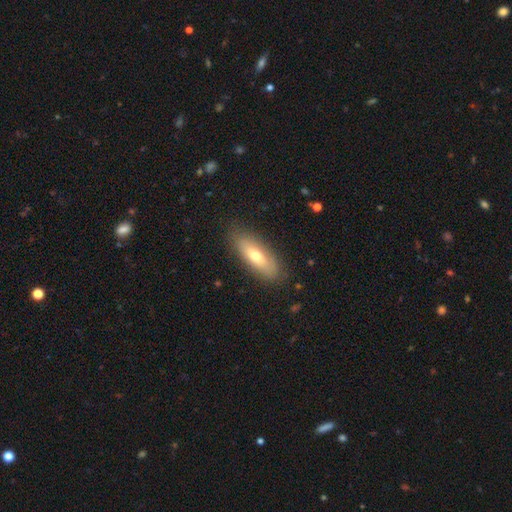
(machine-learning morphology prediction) The model was most divided on "how rounded": in between: 61%, cigar-shaped: 36%, round: 3%. More confident: merging — none (85%); smooth or featured — smooth (62%).